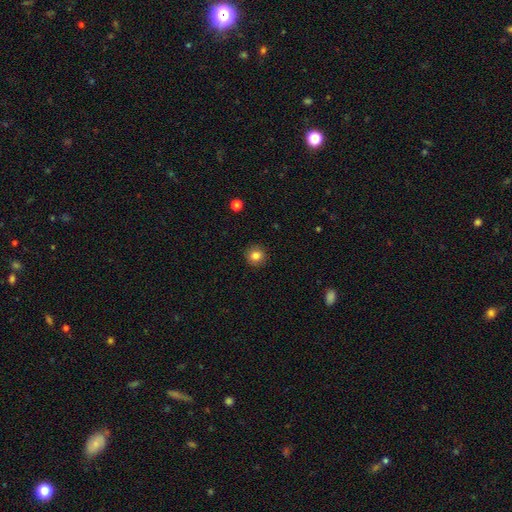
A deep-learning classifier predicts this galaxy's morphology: type=smooth (83%); roundness=round (91%); merging=none (91%).